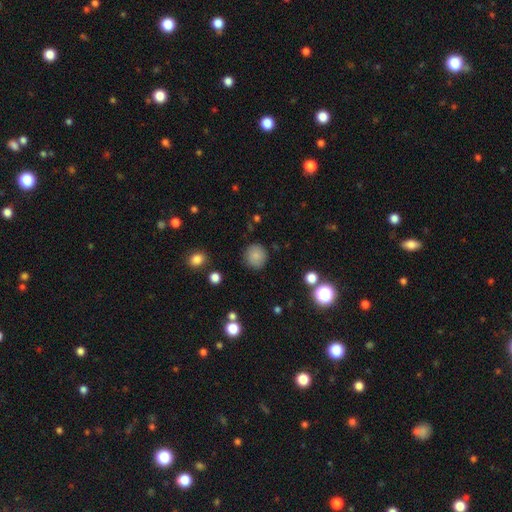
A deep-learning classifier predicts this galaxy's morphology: smooth-or-featured: smooth: 84% | star or artifact: 11% | featured or disk: 6%
  how-rounded: round: 91% | in between: 8% | cigar-shaped: 1%
  merging: none: 87% | minor disturbance: 9% | major disturbance: 3% | merger: 1%